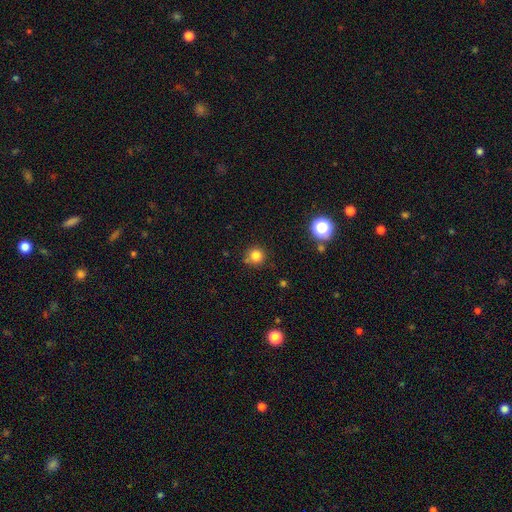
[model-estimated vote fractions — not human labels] Smooth or featured? smooth (81%)
How rounded? round (93%)
Merging? none (78%)